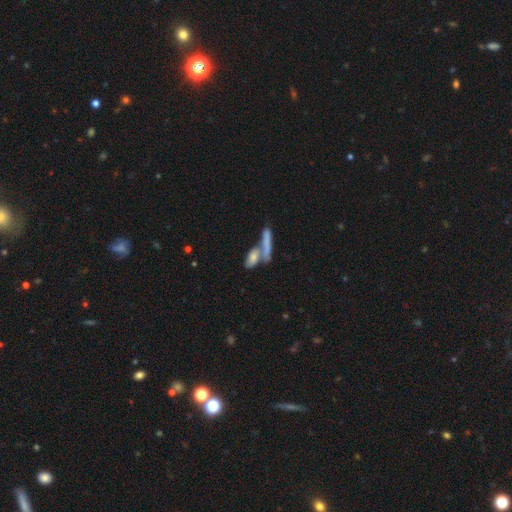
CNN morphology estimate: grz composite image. It shows a smooth galaxy with no disk features (63%) that is in between round and cigar-shaped (48%). Merging: merger (49%).